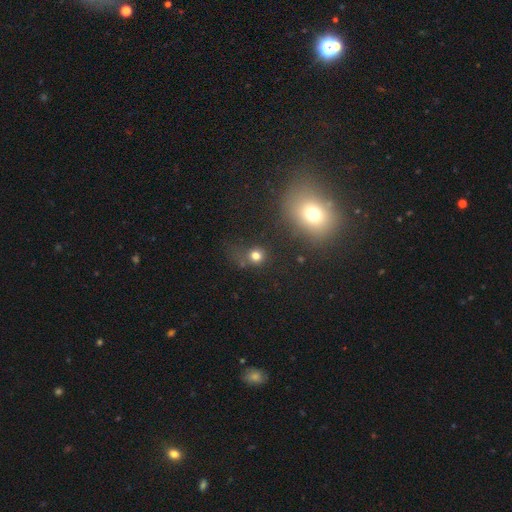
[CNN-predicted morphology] This is likely a smooth galaxy (75%). How rounded: clearly round (85%). Merging: likely none (66%).